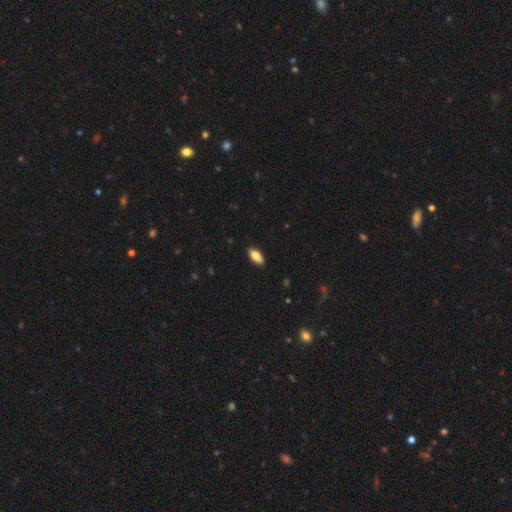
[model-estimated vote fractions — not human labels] smooth-or-featured: smooth: 79% | featured or disk: 15% | star or artifact: 6%
  how-rounded: in between: 84% | cigar-shaped: 14% | round: 2%
  merging: none: 89% | minor disturbance: 8% | major disturbance: 2% | merger: 1%